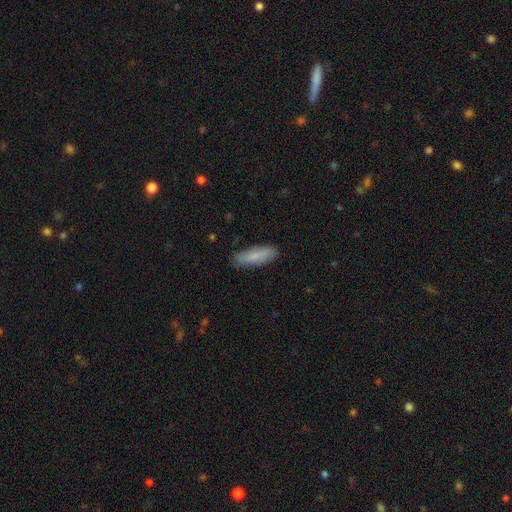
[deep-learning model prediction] The model was most divided on "how rounded": in between: 50%, cigar-shaped: 49%, round: 2%. More confident: merging — none (85%); smooth or featured — smooth (78%).